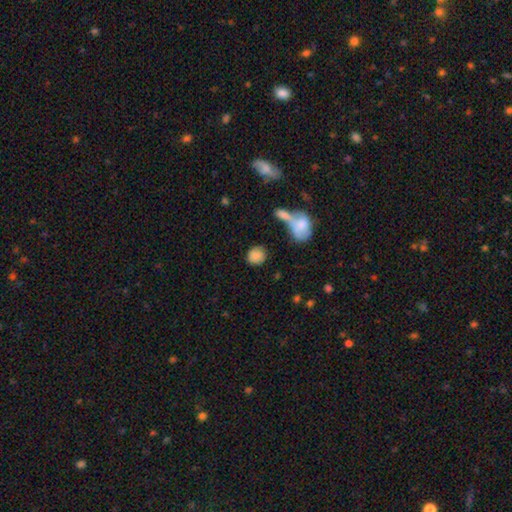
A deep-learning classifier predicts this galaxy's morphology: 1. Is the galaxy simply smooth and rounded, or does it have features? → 83% smooth, 9% featured or disk, 8% star or artifact.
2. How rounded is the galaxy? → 74% round, 24% in between, 2% cigar-shaped.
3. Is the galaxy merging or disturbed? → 64% none, 16% minor disturbance, 13% merger, 7% major disturbance.